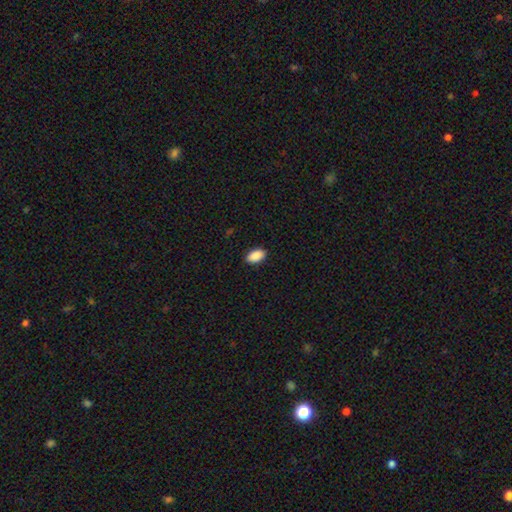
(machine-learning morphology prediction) Q: Smooth or featured?
A: smooth (91%); runner-up: star or artifact (7%)
Q: How rounded?
A: in between (94%); runner-up: round (4%)
Q: Merging?
A: none (89%); runner-up: minor disturbance (8%)